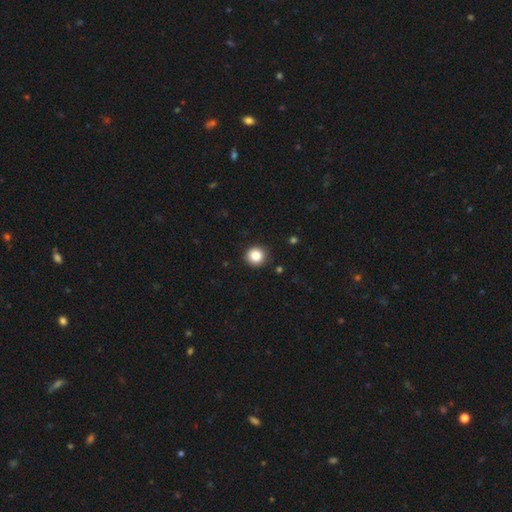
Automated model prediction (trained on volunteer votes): Morphology: type=smooth (86%); roundness=round (94%); merging=none (90%).